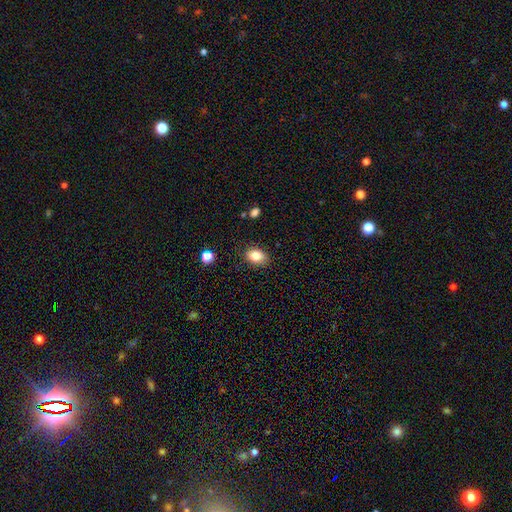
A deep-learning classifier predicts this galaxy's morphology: Q: Smooth or featured?
A: smooth (84%); runner-up: star or artifact (9%)
Q: How rounded?
A: in between (77%); runner-up: round (22%)
Q: Merging?
A: none (85%); runner-up: minor disturbance (11%)